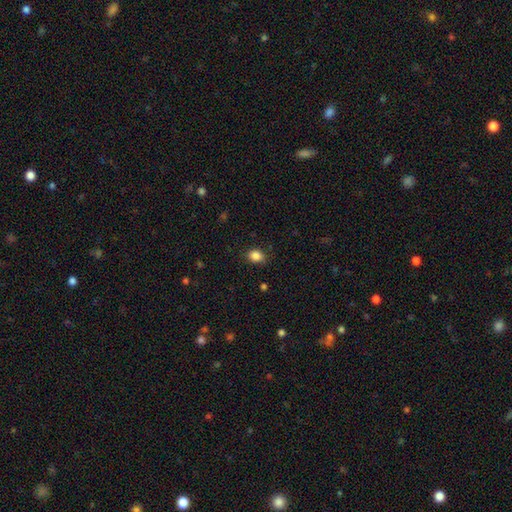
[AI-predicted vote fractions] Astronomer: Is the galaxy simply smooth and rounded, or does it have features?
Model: smooth — 86%.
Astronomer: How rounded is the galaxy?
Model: in between — 58% (runner-up: round, 41%).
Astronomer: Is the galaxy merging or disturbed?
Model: none — 85%.